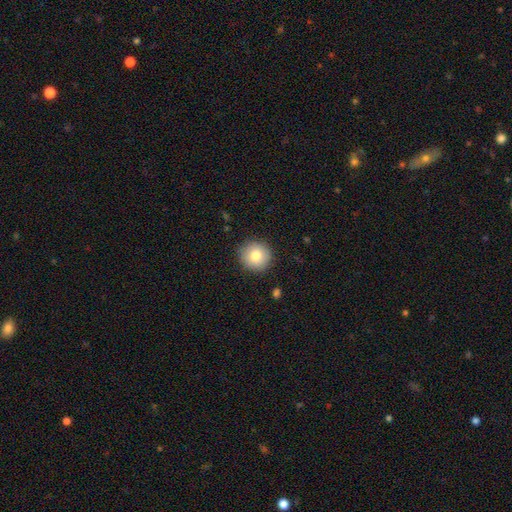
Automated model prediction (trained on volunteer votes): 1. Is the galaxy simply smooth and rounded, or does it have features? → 81% smooth, 10% featured or disk, 9% star or artifact.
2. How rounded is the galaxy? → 94% round, 5% in between, 1% cigar-shaped.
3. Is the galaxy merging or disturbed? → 90% none, 7% minor disturbance, 2% major disturbance, 1% merger.